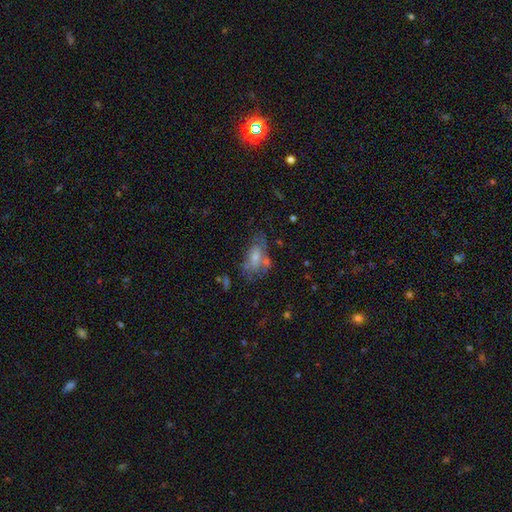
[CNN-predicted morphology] The model was most divided on "smooth or featured": featured or disk: 51%, smooth: 29%, star or artifact: 20%. Remaining: edge-on disk — no (92%); merging — none (48%).